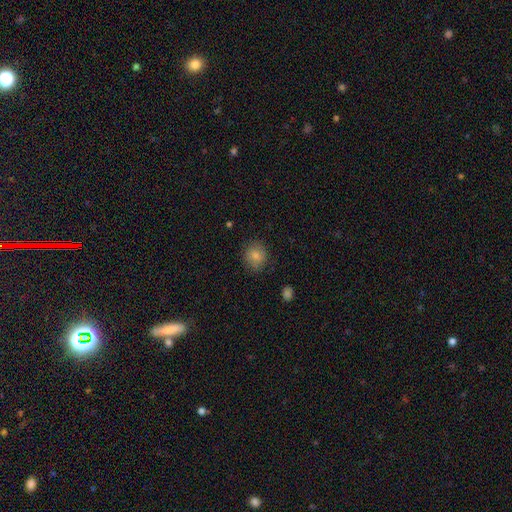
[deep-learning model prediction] Overall: smooth (81%). How rounded: round (84%). Merging: none (82%).